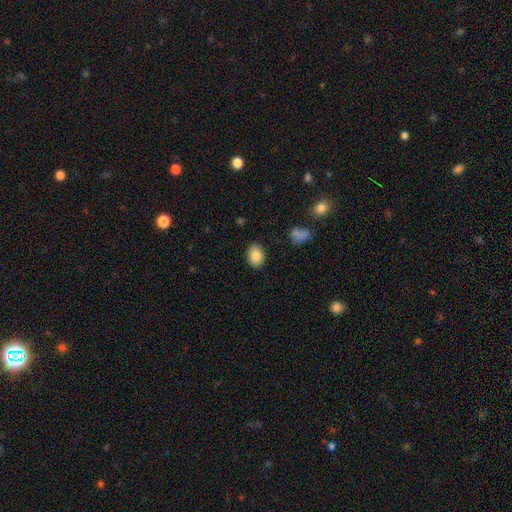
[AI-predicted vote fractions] A smooth galaxy with no disk features (85%) that is in between round and cigar-shaped (64%). Merging: none (86%).